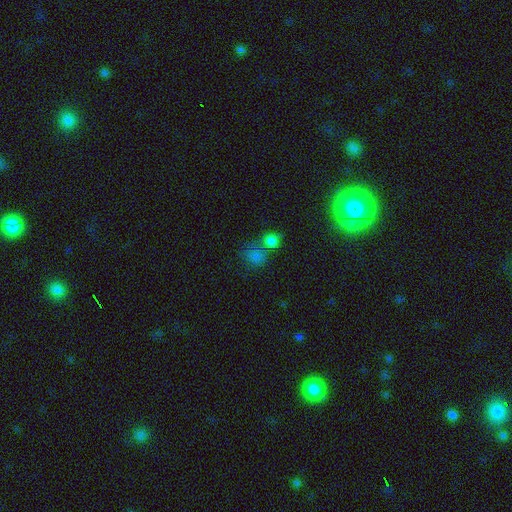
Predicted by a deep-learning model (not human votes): Smooth or featured?
  - smooth: 75% *
  - star or artifact: 17%
  - featured or disk: 8%
How rounded?
  - round: 72% *
  - in between: 27%
  - cigar-shaped: 1%
Merging?
  - merger: 41% * (tied)
  - none: 41% * (tied)
  - minor disturbance: 11%
  - major disturbance: 7%